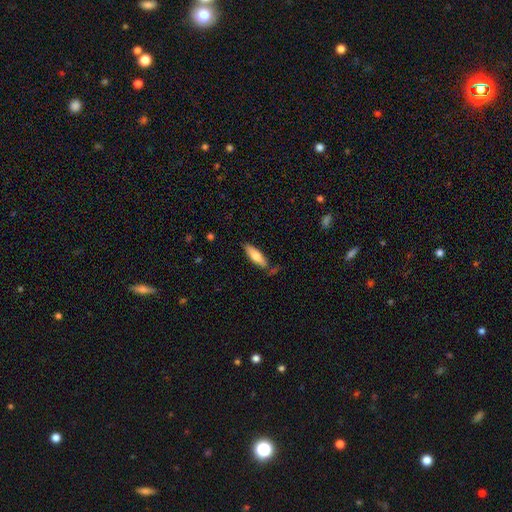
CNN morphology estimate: The model was most divided on "how rounded": cigar-shaped: 59%, in between: 40%, round: 2%. More confident: merging — none (76%); smooth or featured — smooth (71%).